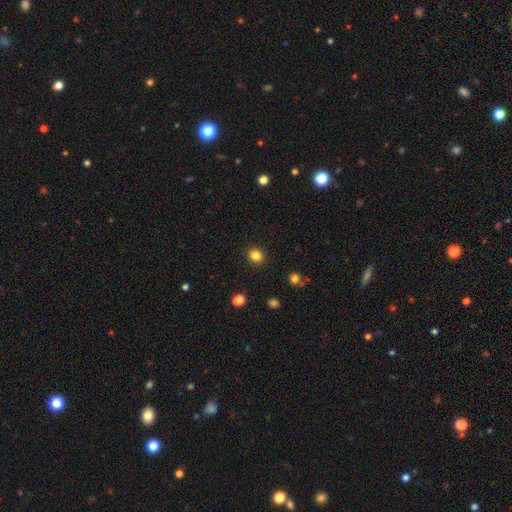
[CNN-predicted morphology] Q: Smooth or featured?
A: smooth (84%); runner-up: star or artifact (12%)
Q: How rounded?
A: round (71%); runner-up: in between (28%)
Q: Merging?
A: none (91%); runner-up: minor disturbance (6%)